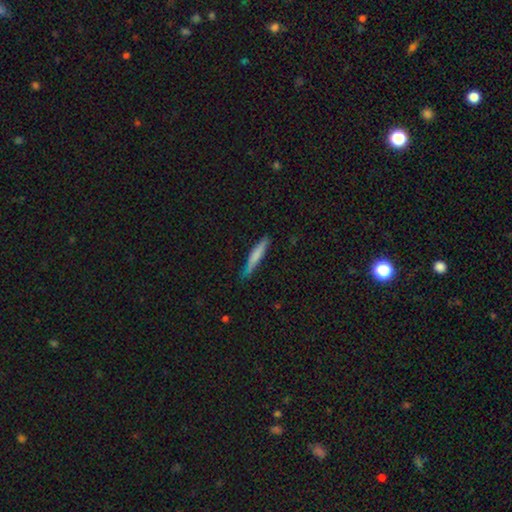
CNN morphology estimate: Smooth or featured? Predicted: smooth (p=0.70). How rounded? Predicted: cigar-shaped (p=0.93). Merging? Predicted: none (p=0.78).